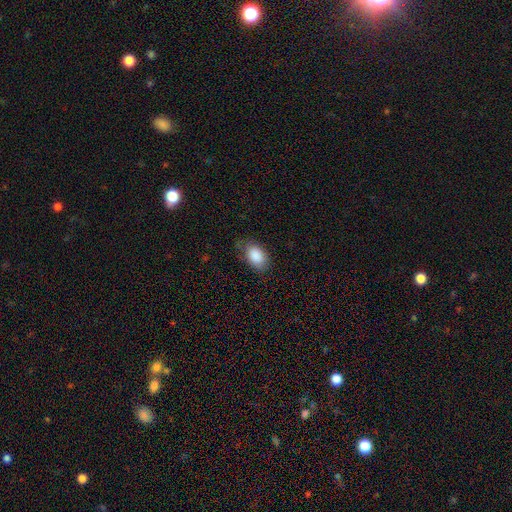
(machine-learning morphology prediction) type=smooth (88%); roundness=in between (90%); merging=none (71%).